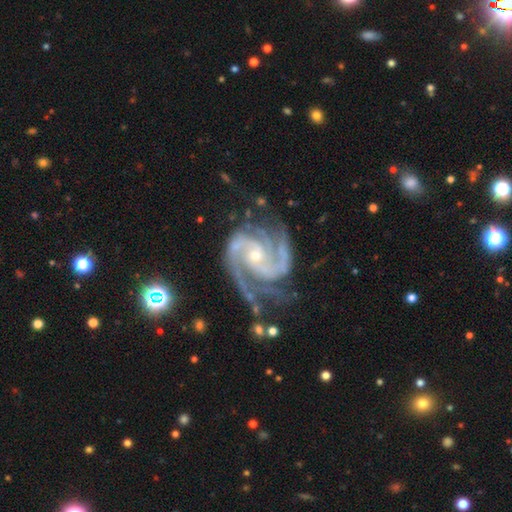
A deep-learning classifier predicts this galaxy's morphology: The model was most divided on "spiral winding": medium: 50%, tight: 43%, loose: 7%. Remaining: spiral arms — yes (99%); edge-on disk — no (98%); smooth or featured — featured or disk (93%); bulge size — small (71%); merging — none (63%); bar — no (61%); spiral arm count — 2 (46%).